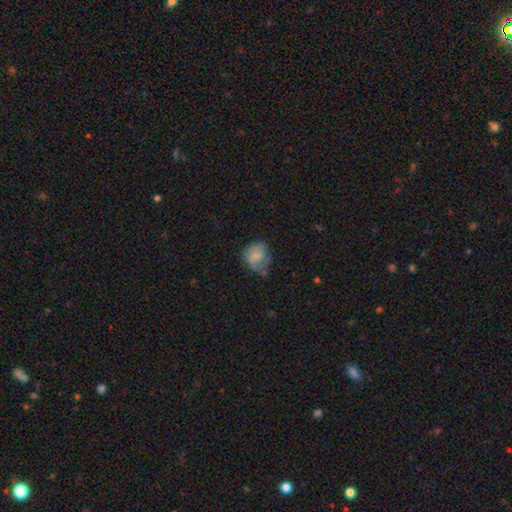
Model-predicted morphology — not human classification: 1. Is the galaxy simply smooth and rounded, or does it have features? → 62% smooth, 30% featured or disk, 9% star or artifact.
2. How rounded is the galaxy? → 60% round, 39% in between, 1% cigar-shaped.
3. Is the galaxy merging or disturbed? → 37% none, 36% minor disturbance, 24% major disturbance, 3% merger.